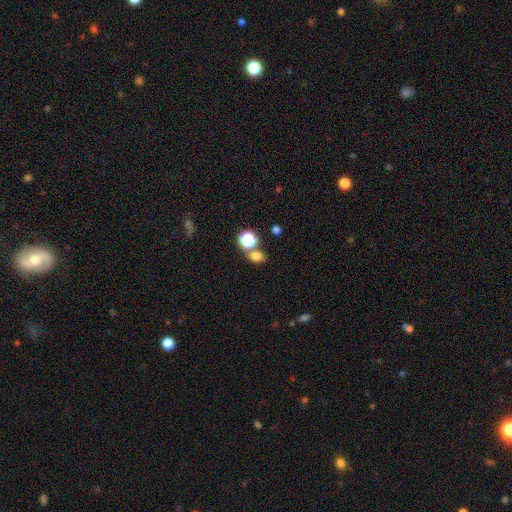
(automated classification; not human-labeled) Overall: smooth (73%). How rounded: round (52%; in between 47%). Merging: none (64%).